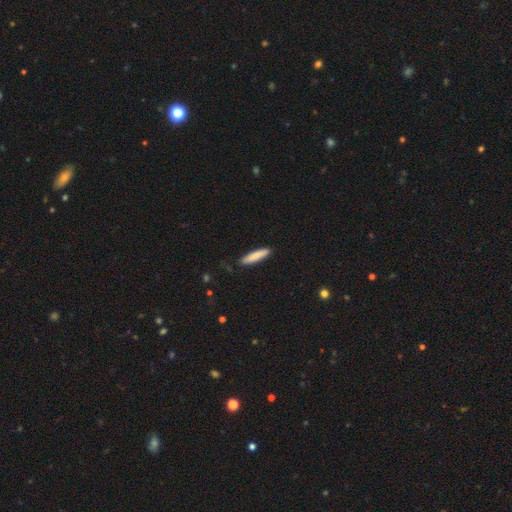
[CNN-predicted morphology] Smooth or featured?
  - smooth: 80% *
  - featured or disk: 14%
  - star or artifact: 6%
How rounded?
  - cigar-shaped: 83% *
  - in between: 16%
  - round: 1%
Merging?
  - none: 85% *
  - minor disturbance: 12%
  - major disturbance: 2%
  - merger: 1%